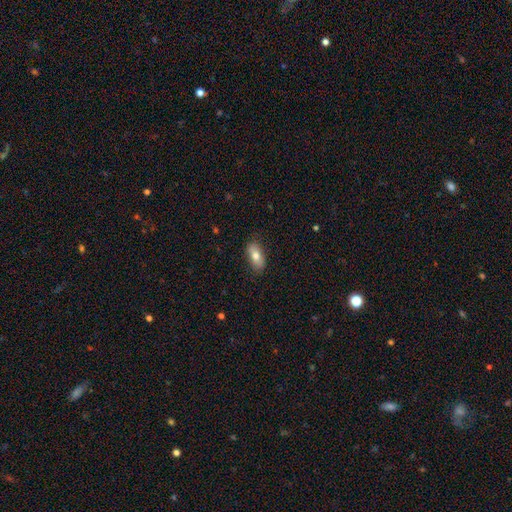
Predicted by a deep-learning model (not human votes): Morphology: type=smooth (75%); roundness=in between (87%); merging=none (83%).